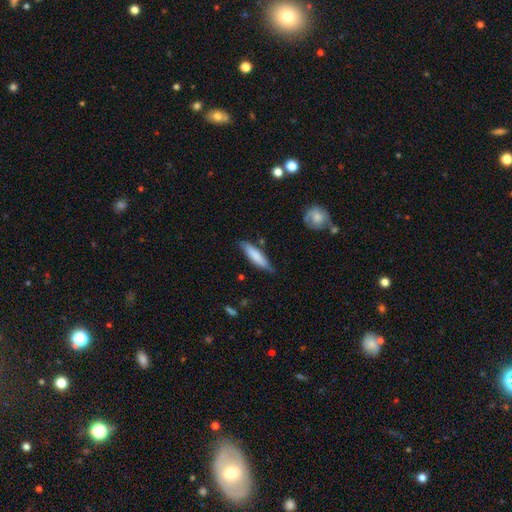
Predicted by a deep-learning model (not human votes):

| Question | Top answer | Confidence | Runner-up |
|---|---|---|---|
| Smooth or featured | smooth | 76% | featured or disk (19%) |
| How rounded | cigar-shaped | 73% | in between (26%) |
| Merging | none | 74% | minor disturbance (20%) |